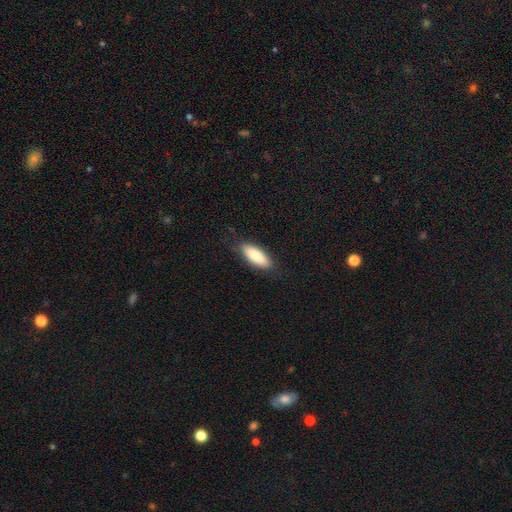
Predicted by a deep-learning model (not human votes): Morphology: type=smooth (83%); roundness=in between (74%); merging=none (82%).